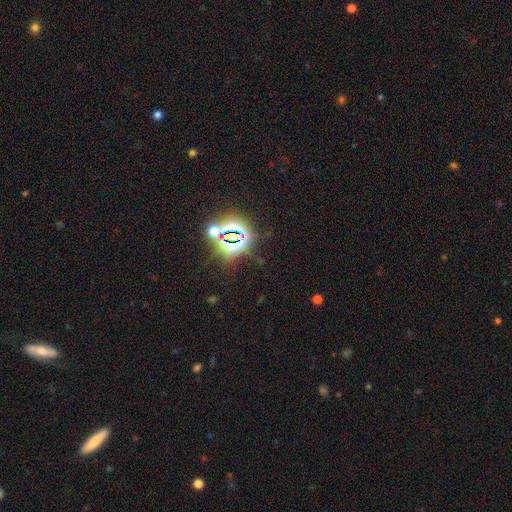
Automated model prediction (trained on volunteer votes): Overall: star or artifact (79%).